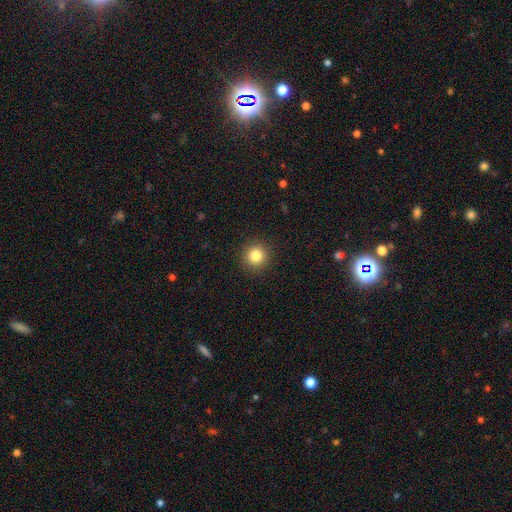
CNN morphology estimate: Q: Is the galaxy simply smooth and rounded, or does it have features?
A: smooth — 83%.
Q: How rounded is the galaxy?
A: round — 94%.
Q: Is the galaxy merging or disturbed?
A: none — 92%.